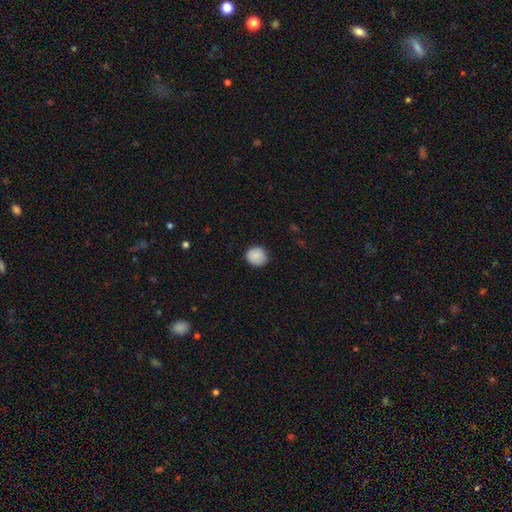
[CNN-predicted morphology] Smooth or featured? Predicted: smooth (p=0.86). How rounded? Predicted: round (p=0.89). Merging? Predicted: none (p=0.86).